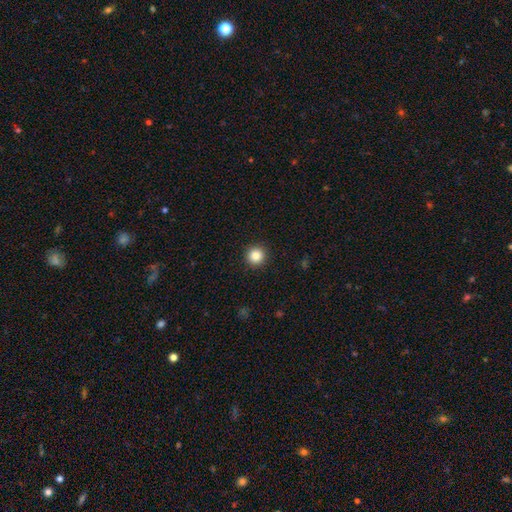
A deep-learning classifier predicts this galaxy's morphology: A smooth galaxy with no disk features (86%) that is round (95%).

Vote fractions:
- Smooth or featured? smooth: 86% / star or artifact: 10% / featured or disk: 4%
- How rounded? round: 95% / in between: 4% / cigar-shaped: 1%
- Merging? none: 92% / minor disturbance: 5% / major disturbance: 2% / merger: 1%